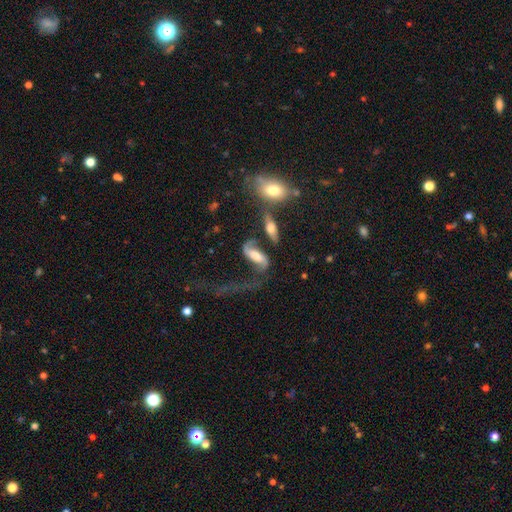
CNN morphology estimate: A featured or disk galaxy (71%) with a weak bar (38%), 2 (83%) loose (73%) spiral arms (87%) and a moderate central bulge (44%). Merging: major disturbance (33%).